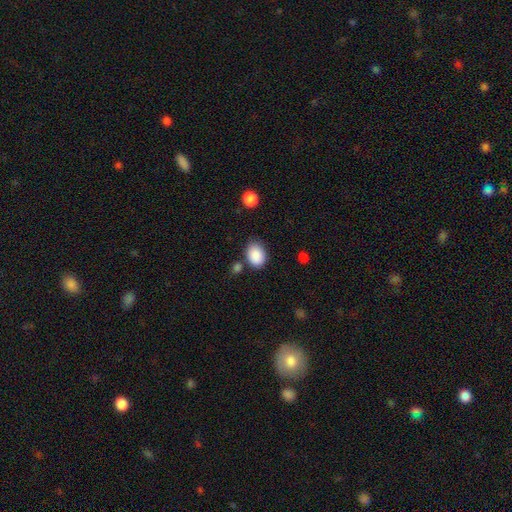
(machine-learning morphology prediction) Q: Smooth or featured?
A: smooth (89%); runner-up: star or artifact (7%)
Q: How rounded?
A: in between (74%); runner-up: round (25%)
Q: Merging?
A: none (73%); runner-up: minor disturbance (17%)